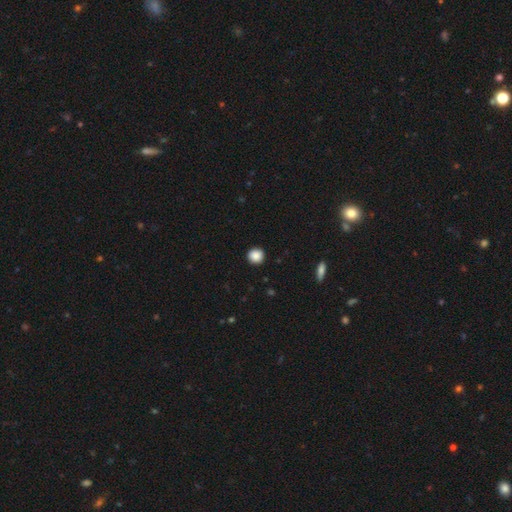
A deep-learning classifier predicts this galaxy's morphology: smooth 88%, star or artifact 9%, featured or disk 3%. Down the decision tree: how rounded — round (93%); merging — none (92%).